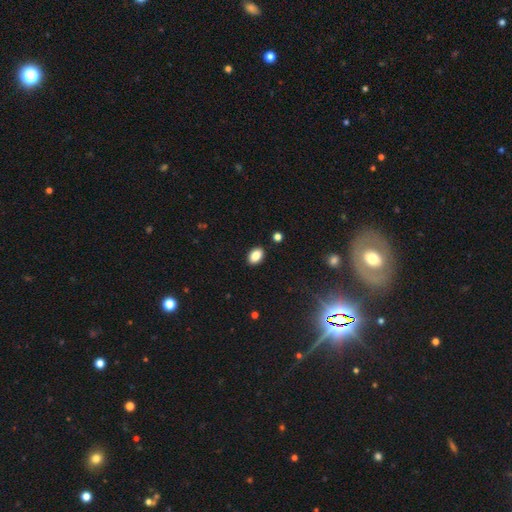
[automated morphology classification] This appears to be a smooth galaxy with no disk features (85%) that is in between round and cigar-shaped (86%). Merging: none (89%).